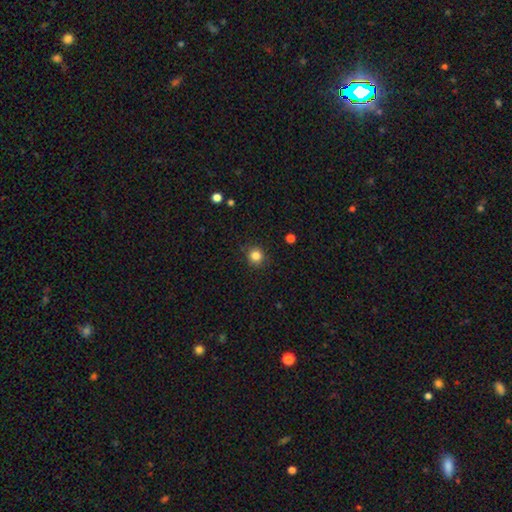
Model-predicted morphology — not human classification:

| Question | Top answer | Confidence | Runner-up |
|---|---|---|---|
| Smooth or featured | smooth | 84% | star or artifact (11%) |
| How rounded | round | 92% | in between (7%) |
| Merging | none | 88% | minor disturbance (8%) |